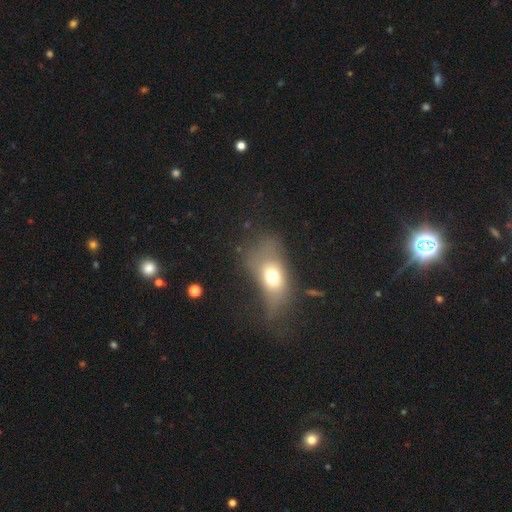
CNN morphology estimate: Smooth or featured: smooth — 57% (featured or disk — 26%)
How rounded: in between — 73% (round — 20%)
Merging: major disturbance — 34% (tied with none — 34%)